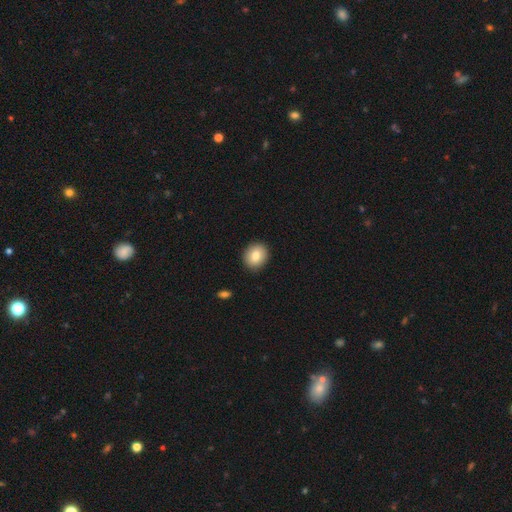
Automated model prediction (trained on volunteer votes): The model was most divided on "how rounded": round: 71%, in between: 28%, cigar-shaped: 1%. More confident: merging — none (90%); smooth or featured — smooth (81%).